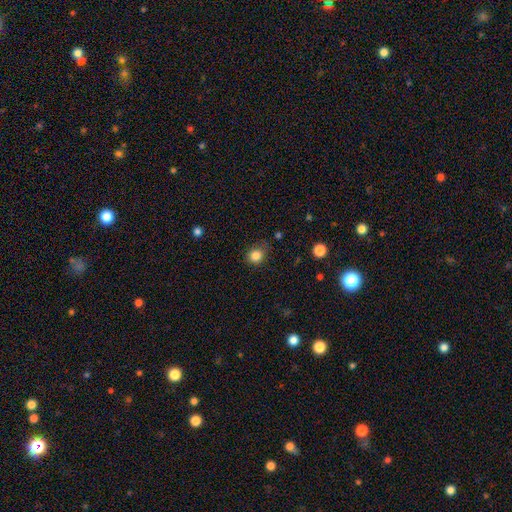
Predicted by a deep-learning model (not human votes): Morphology: type=smooth (84%); roundness=round (71%); merging=none (72%).